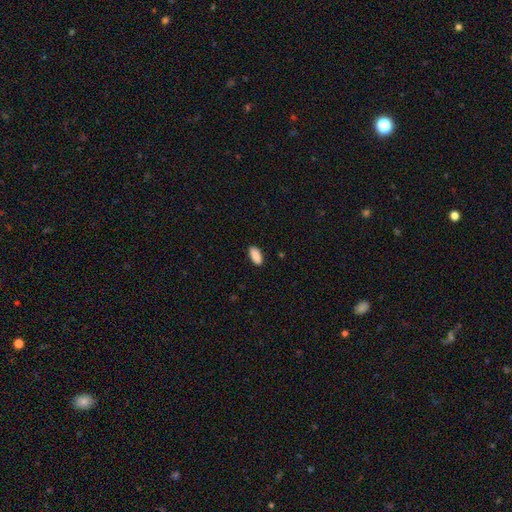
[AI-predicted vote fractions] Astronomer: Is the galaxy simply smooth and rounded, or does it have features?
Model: smooth — 89%.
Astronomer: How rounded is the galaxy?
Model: in between — 87%.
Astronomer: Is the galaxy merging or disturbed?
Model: none — 88%.